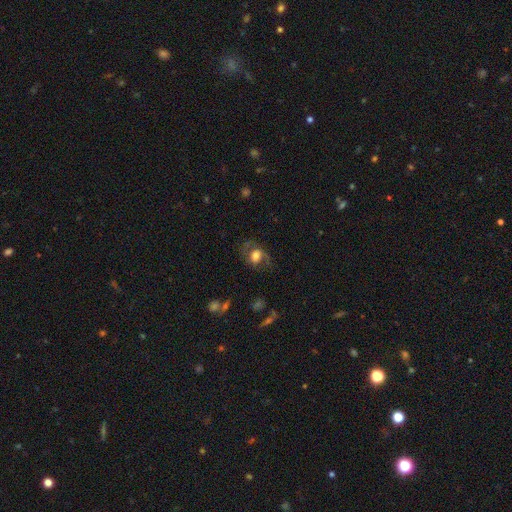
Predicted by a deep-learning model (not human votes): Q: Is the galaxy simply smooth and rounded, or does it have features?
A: featured or disk — 46%.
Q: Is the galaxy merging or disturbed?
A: none — 60%.